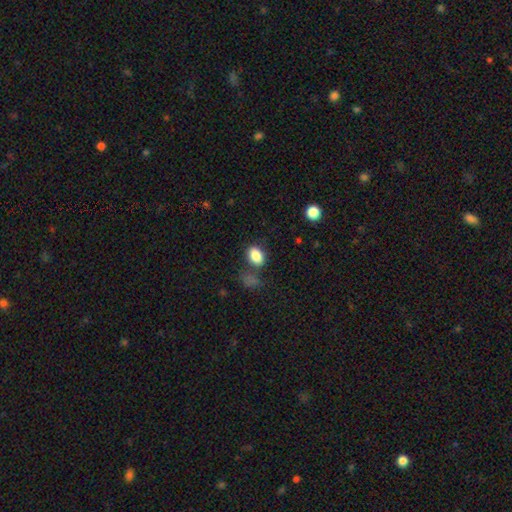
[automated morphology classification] smooth 85%, star or artifact 9%, featured or disk 6%. Down the decision tree: how rounded — in between (82%); merging — none (67%).